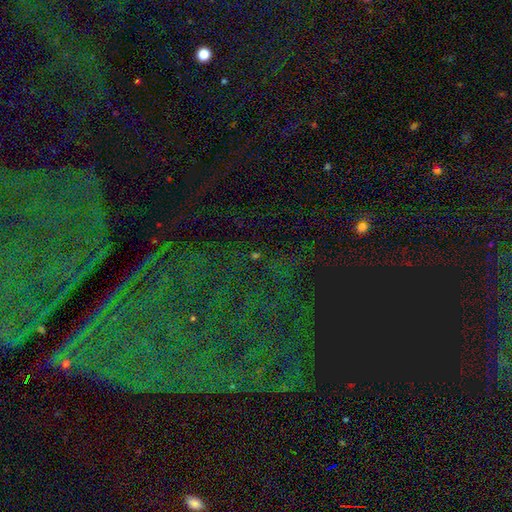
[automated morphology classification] This is likely a star or artifact rather than a galaxy (78%).